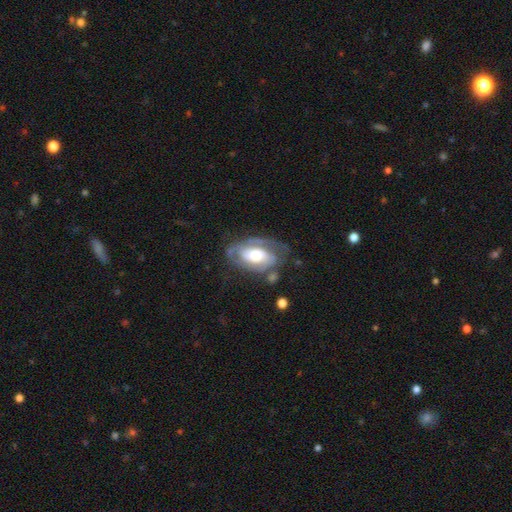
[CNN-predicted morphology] smooth_or_featured: featured or disk (p=0.76) [alt: smooth p=0.19]
disk_edge_on: no (p=0.95) [alt: yes p=0.05]
bar: no (p=0.59) [alt: weak p=0.29]
has_spiral_arms: yes (p=0.83) [alt: no p=0.17]
spiral_winding: tight (p=0.54) [alt: medium p=0.35]
spiral_arm_count: 2 (p=0.58) [alt: can't tell p=0.25]
bulge_size: moderate (p=0.59) [alt: large p=0.24]
merging: none (p=0.56) [alt: minor disturbance p=0.25]